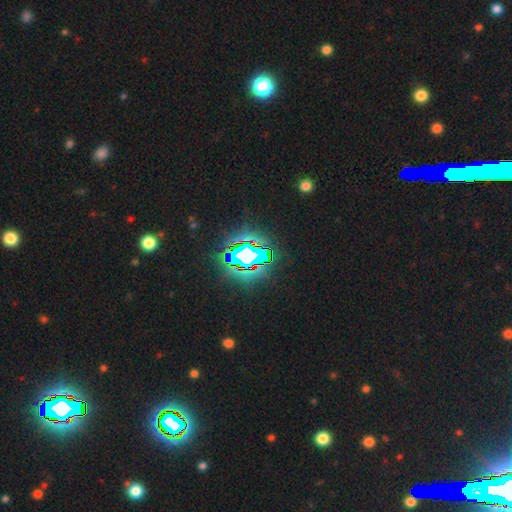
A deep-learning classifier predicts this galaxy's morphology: Smooth or featured? Predicted: star or artifact (p=0.82).